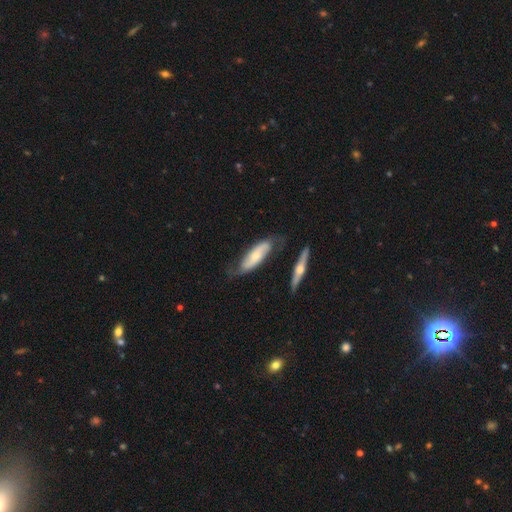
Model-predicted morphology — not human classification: smooth-or-featured: featured or disk: 58% | smooth: 36% | star or artifact: 5%
  disk-edge-on: no: 74% | yes: 26%
  merging: none: 58% | minor disturbance: 26% | major disturbance: 9% | merger: 8%